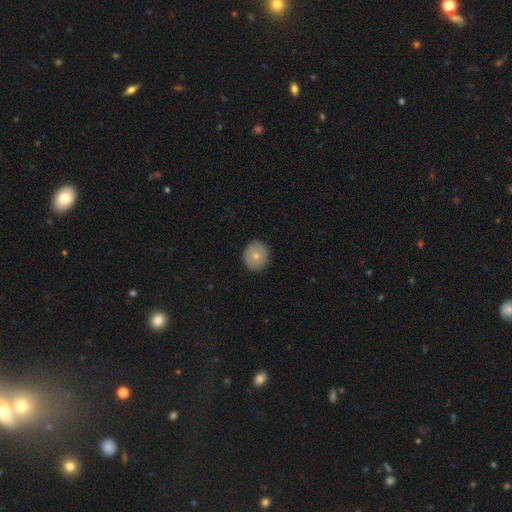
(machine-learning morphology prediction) This appears to be a smooth galaxy with no disk features (69%) that is round (89%). Merging: none (89%).